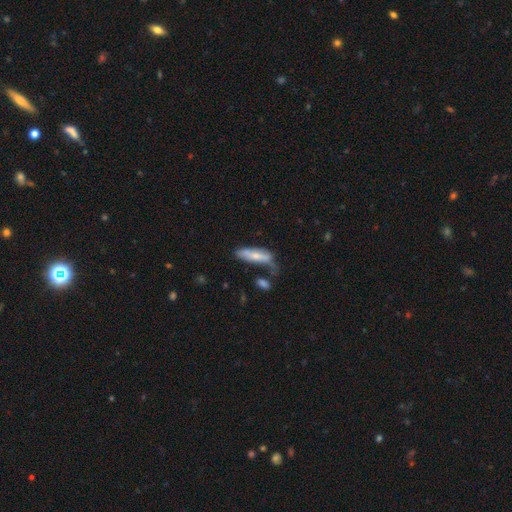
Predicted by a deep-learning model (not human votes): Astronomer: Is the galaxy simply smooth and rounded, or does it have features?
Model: smooth — 61%.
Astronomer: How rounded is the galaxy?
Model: cigar-shaped — 55% (runner-up: in between, 43%).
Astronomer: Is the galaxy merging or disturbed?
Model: none — 38% (runner-up: minor disturbance, 31%).